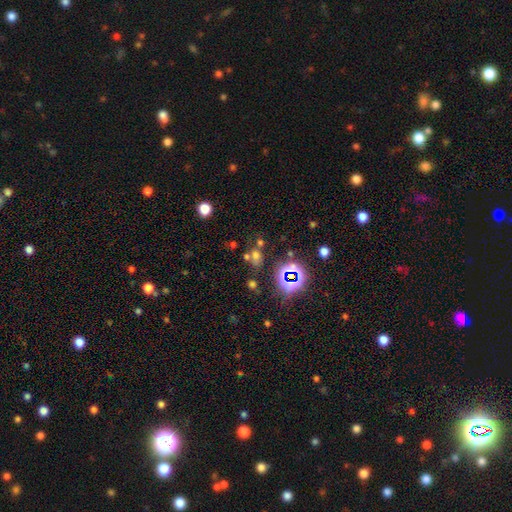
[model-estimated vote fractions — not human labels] This appears to be a smooth galaxy with no disk features (47%). Merging: none (56%).